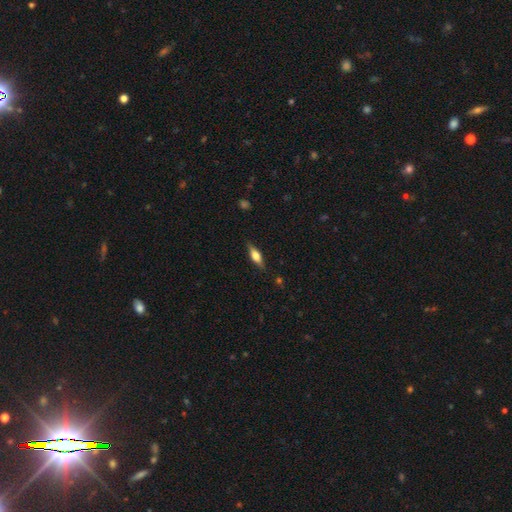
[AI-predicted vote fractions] This appears to be a smooth galaxy with no disk features (49%). Merging: none (85%).